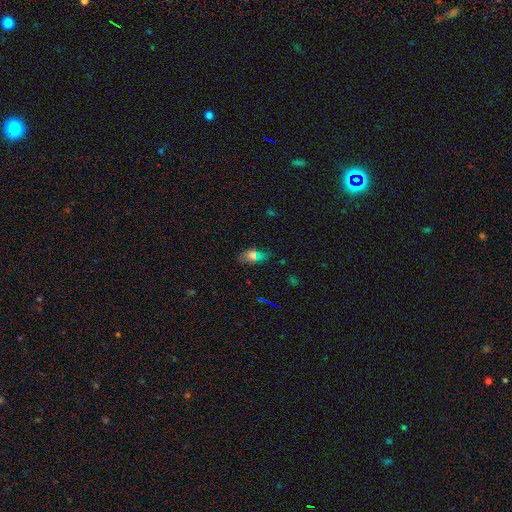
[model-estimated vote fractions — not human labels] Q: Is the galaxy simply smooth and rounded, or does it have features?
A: smooth — 63%.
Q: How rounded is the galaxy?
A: in between — 83%.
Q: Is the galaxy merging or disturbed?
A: none — 71%.